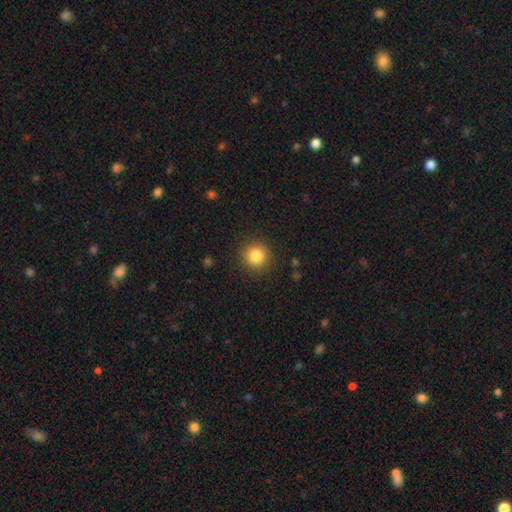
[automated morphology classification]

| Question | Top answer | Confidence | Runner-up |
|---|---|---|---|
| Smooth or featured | smooth | 84% | star or artifact (11%) |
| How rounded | round | 94% | in between (5%) |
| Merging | none | 90% | minor disturbance (6%) |